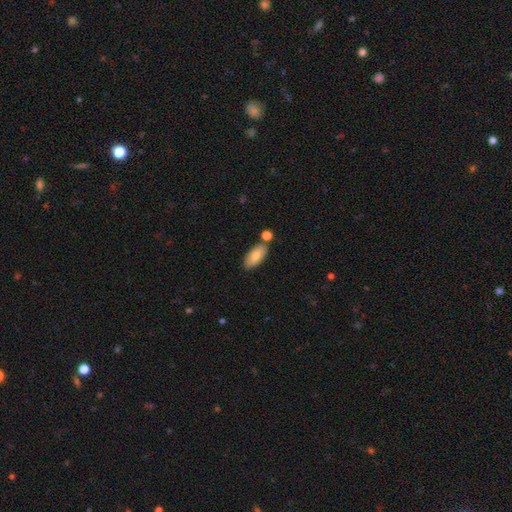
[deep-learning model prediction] Smooth or featured?
  - smooth: 80% *
  - featured or disk: 14%
  - star or artifact: 6%
How rounded?
  - in between: 89% *
  - cigar-shaped: 8%
  - round: 2%
Merging?
  - none: 75% *
  - minor disturbance: 12%
  - merger: 11%
  - major disturbance: 2%